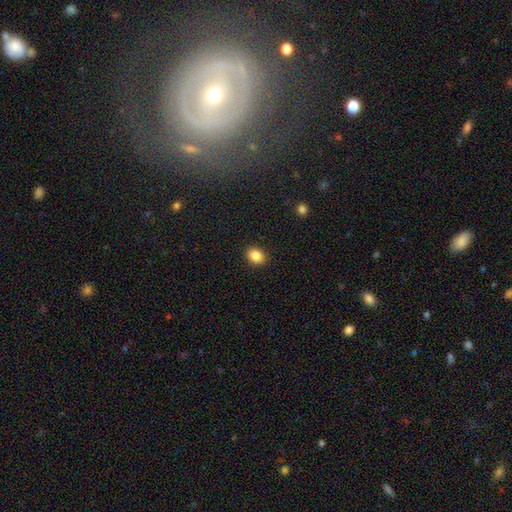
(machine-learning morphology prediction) Smooth or featured: smooth — 86% (star or artifact — 9%)
How rounded: in between — 62% (round — 37%)
Merging: none — 90% (minor disturbance — 7%)